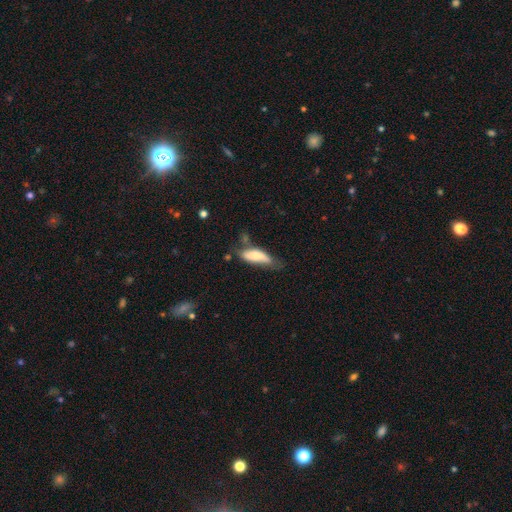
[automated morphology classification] smooth 69%, featured or disk 24%, star or artifact 7%. Down the decision tree: how rounded — in between (59%); merging — minor disturbance (36%).